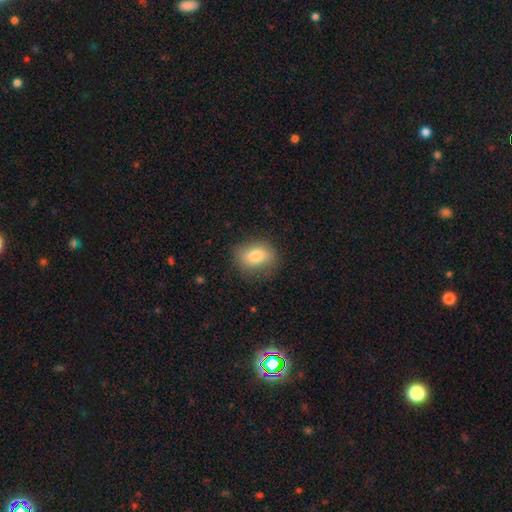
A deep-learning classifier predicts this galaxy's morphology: Smooth or featured? Predicted: smooth (p=0.82). How rounded? Predicted: in between (p=0.64). Merging? Predicted: none (p=0.80).